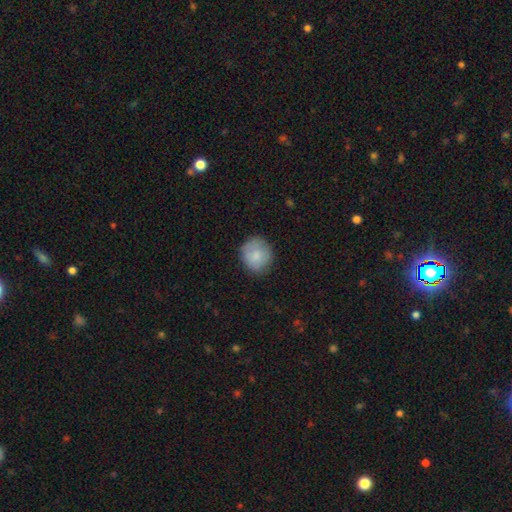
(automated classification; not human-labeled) Q: Smooth or featured?
A: smooth (81%); runner-up: featured or disk (12%)
Q: How rounded?
A: round (83%); runner-up: in between (16%)
Q: Merging?
A: none (79%); runner-up: minor disturbance (16%)